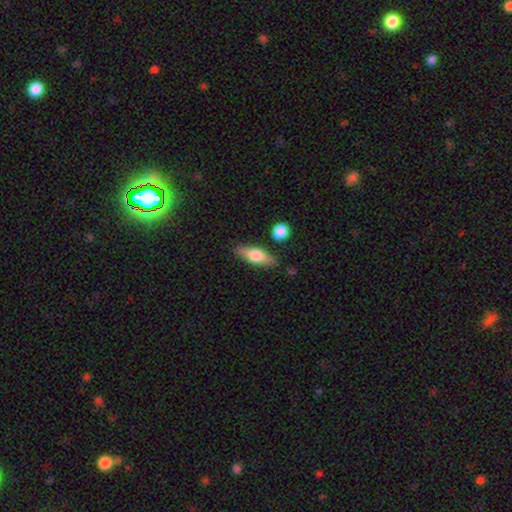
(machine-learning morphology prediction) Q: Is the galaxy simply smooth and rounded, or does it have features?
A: smooth — 58%.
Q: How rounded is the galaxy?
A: in between — 59%.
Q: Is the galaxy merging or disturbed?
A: none — 82%.